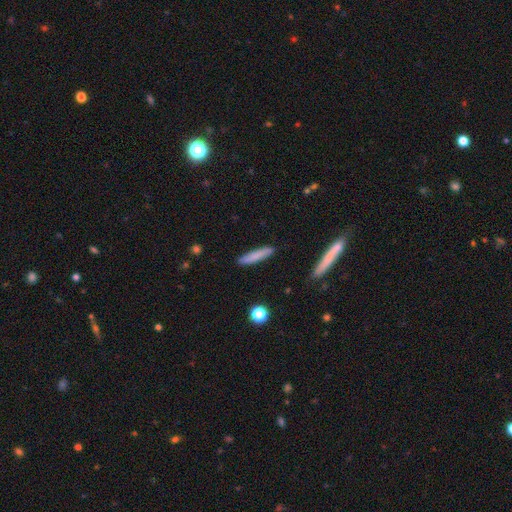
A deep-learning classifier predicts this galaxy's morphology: smooth 77%, featured or disk 17%, star or artifact 6%. Down the decision tree: how rounded — cigar-shaped (89%); merging — none (88%).